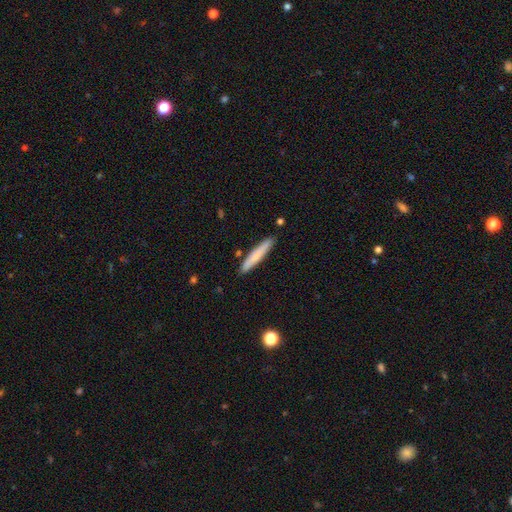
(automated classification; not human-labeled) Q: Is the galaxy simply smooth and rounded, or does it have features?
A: smooth — 72%.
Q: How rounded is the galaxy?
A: cigar-shaped — 93%.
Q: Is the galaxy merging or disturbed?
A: none — 87%.